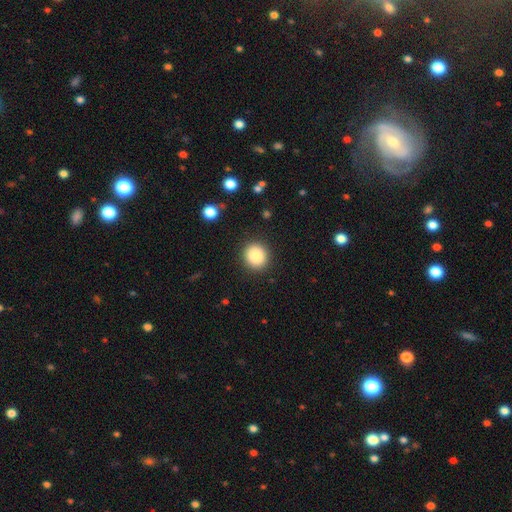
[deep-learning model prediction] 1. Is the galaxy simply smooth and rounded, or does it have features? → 87% smooth, 9% star or artifact, 4% featured or disk.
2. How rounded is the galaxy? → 86% round, 13% in between, 1% cigar-shaped.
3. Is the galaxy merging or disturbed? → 90% none, 6% minor disturbance, 2% major disturbance, 1% merger.